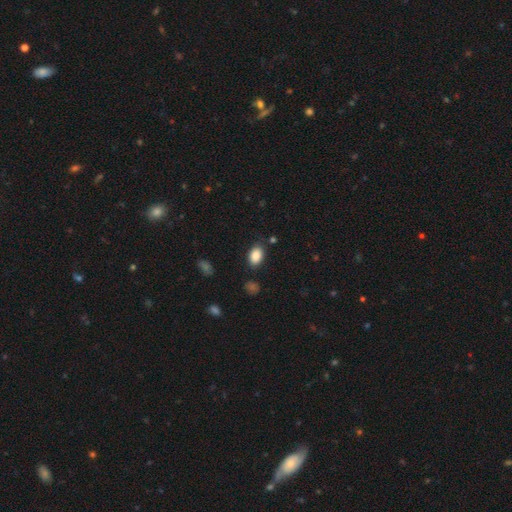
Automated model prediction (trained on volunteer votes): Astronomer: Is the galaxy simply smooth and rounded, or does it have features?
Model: smooth — 87%.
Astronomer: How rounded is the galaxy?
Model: in between — 90%.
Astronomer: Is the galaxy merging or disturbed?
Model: none — 81%.